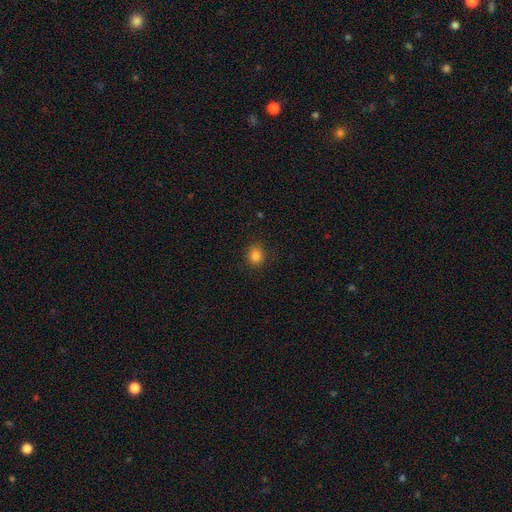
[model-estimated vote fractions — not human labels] Smooth or featured?
  - smooth: 84% *
  - star or artifact: 12%
  - featured or disk: 4%
How rounded?
  - round: 80% *
  - in between: 19%
  - cigar-shaped: 1%
Merging?
  - none: 88% *
  - minor disturbance: 8%
  - major disturbance: 2%
  - merger: 1%